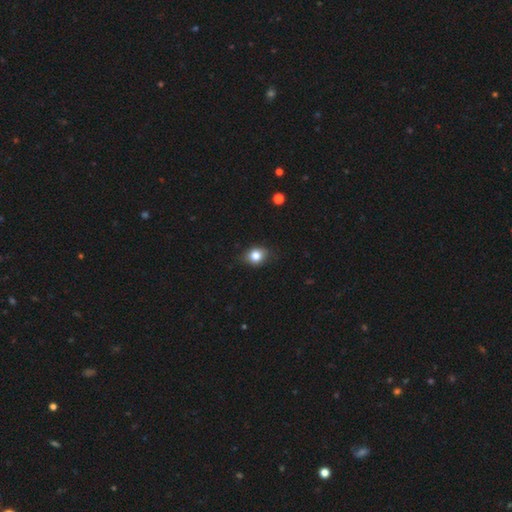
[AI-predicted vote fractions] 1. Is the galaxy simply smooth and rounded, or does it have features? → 80% smooth, 11% star or artifact, 9% featured or disk.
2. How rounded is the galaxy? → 55% round, 44% in between, 1% cigar-shaped.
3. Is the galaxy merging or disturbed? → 81% none, 16% minor disturbance, 3% major disturbance, 1% merger.